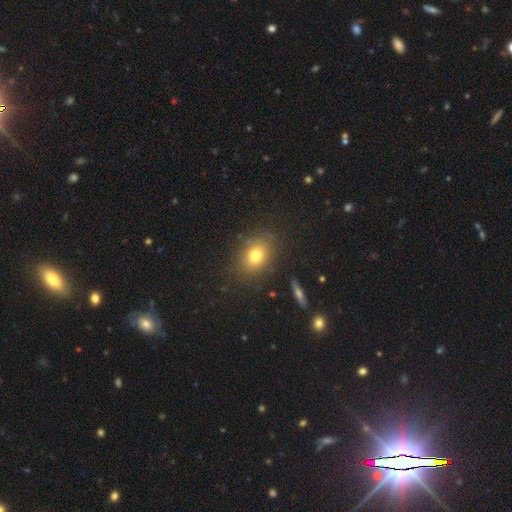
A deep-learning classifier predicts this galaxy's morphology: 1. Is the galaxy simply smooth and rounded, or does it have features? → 75% smooth, 13% featured or disk, 12% star or artifact.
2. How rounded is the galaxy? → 57% in between, 42% round, 1% cigar-shaped.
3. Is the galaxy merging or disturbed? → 81% none, 13% minor disturbance, 5% major disturbance, 2% merger.